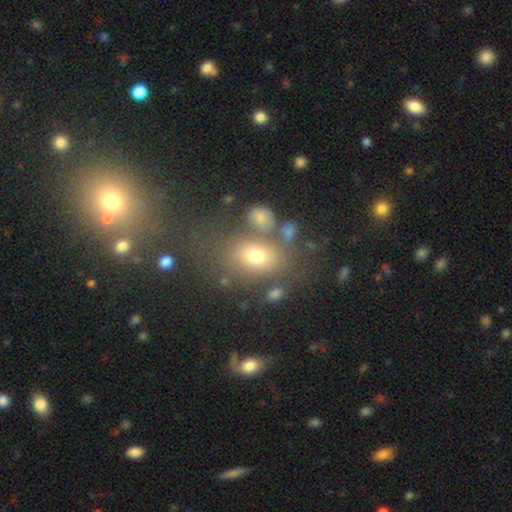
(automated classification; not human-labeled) This appears to be a smooth galaxy with no disk features (69%) that is in between round and cigar-shaped (62%). Merging: none (63%).